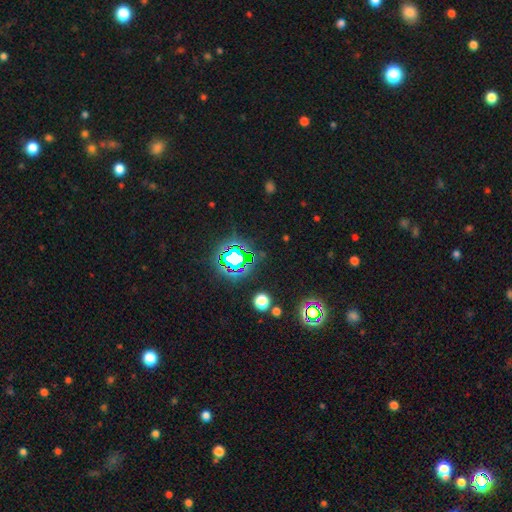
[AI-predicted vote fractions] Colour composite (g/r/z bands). It shows a star or artifact, not a galaxy (79%).